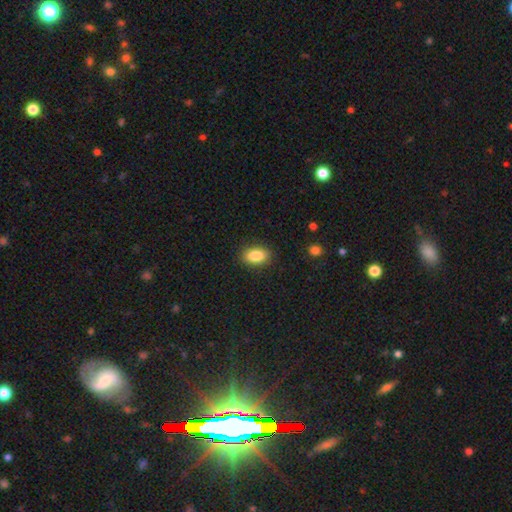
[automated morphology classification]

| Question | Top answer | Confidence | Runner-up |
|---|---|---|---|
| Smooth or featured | smooth | 87% | star or artifact (8%) |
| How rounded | in between | 88% | round (9%) |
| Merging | none | 88% | minor disturbance (9%) |